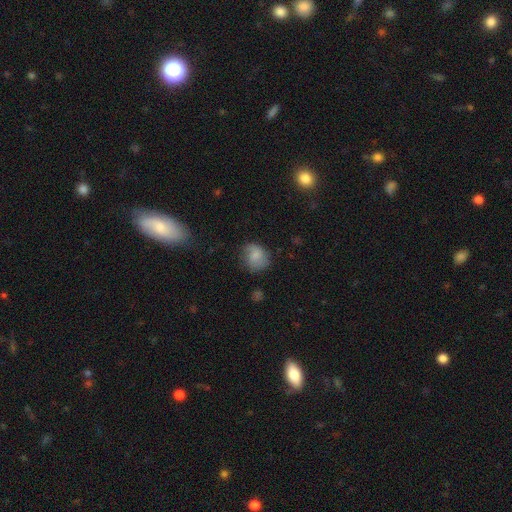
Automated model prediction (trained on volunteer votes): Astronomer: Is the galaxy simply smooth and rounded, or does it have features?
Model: smooth — 75%.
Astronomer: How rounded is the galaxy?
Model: round — 68%.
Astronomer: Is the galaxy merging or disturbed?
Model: none — 63%.